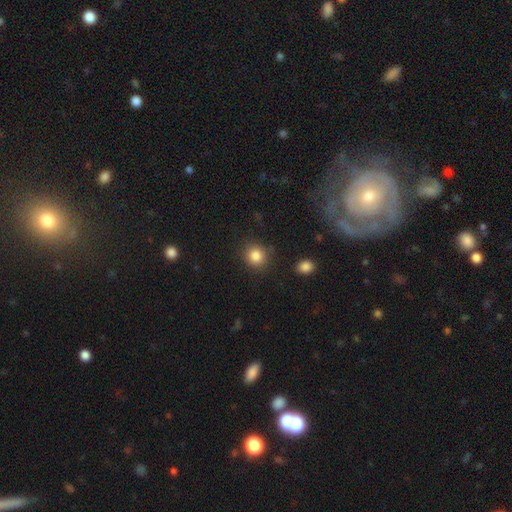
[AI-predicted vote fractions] Smooth or featured: smooth — 85% (star or artifact — 10%)
How rounded: round — 86% (in between — 13%)
Merging: none — 85% (minor disturbance — 9%)